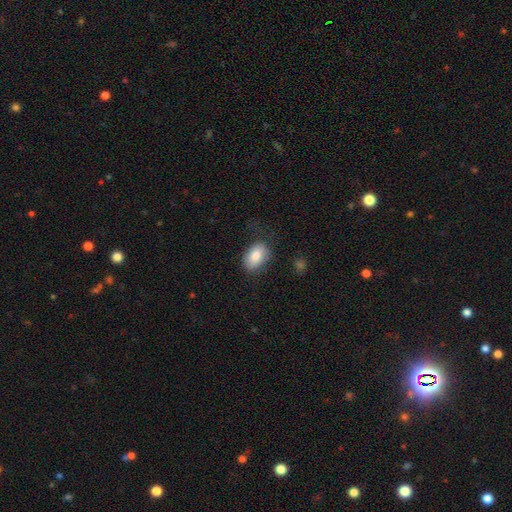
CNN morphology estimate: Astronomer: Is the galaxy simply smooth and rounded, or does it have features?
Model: smooth — 83%.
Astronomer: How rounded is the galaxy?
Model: in between — 86%.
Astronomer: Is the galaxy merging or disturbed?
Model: none — 67%.